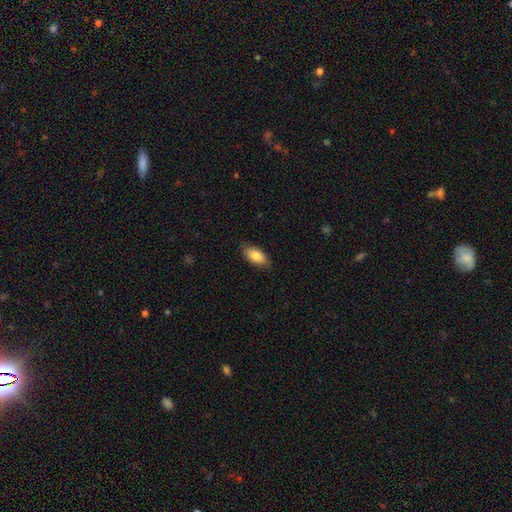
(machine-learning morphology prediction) The model was most divided on "merging": none: 83%, minor disturbance: 13%, major disturbance: 3%, merger: 1%. More confident: how rounded — in between (93%); smooth or featured — smooth (84%).